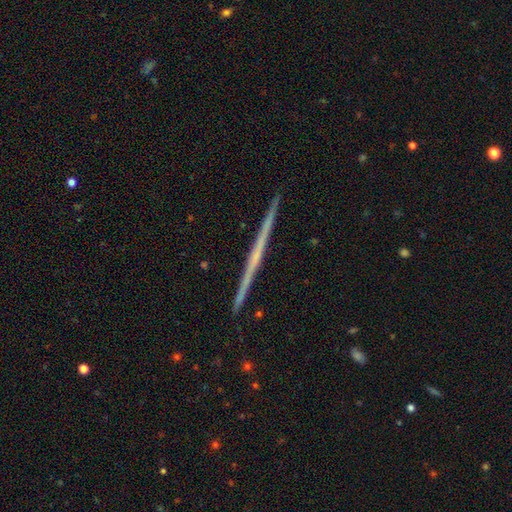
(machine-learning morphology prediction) Overall: featured or disk (75%). Edge-on disk: yes (98%). Edge-on bulge: none (72%). Merging: none (93%).